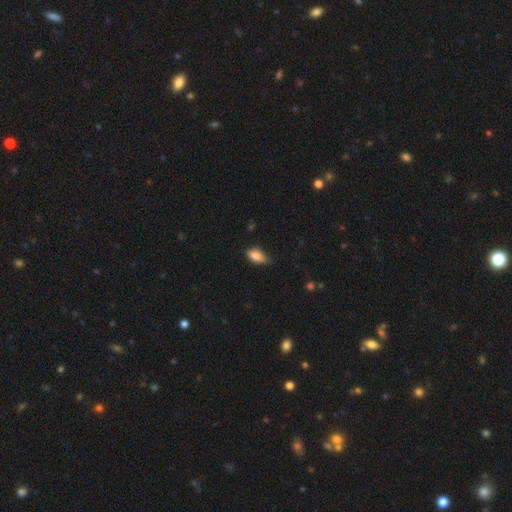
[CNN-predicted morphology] smooth_or_featured: smooth (p=0.82) [alt: featured or disk p=0.10]
how_rounded: in between (p=0.88) [alt: round p=0.07]
merging: none (p=0.52) [alt: minor disturbance p=0.39]